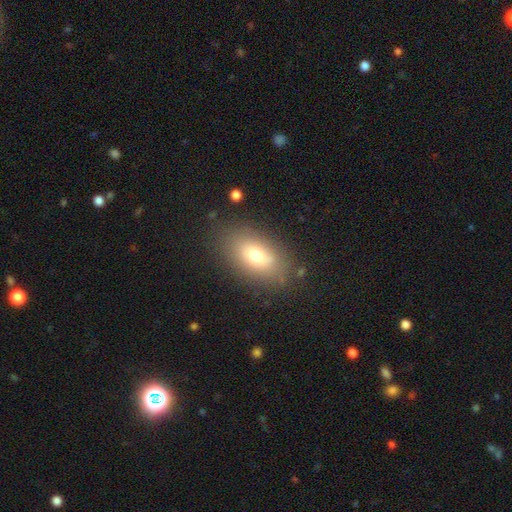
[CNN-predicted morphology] Overall: smooth (72%). How rounded: in between (89%). Merging: none (81%).